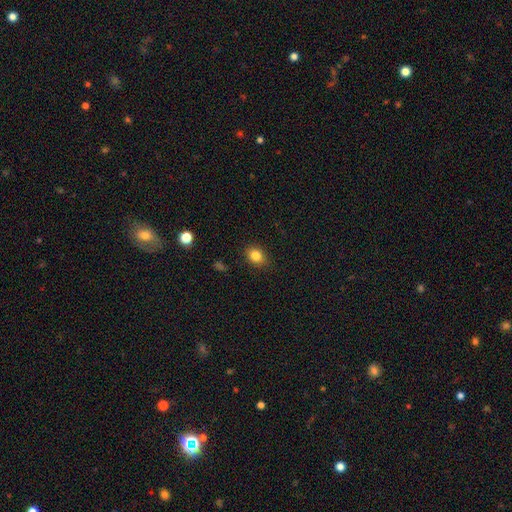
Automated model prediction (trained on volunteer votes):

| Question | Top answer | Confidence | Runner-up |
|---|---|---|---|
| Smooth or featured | smooth | 83% | star or artifact (11%) |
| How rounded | in between | 51% | round (48%) |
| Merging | none | 87% | minor disturbance (10%) |